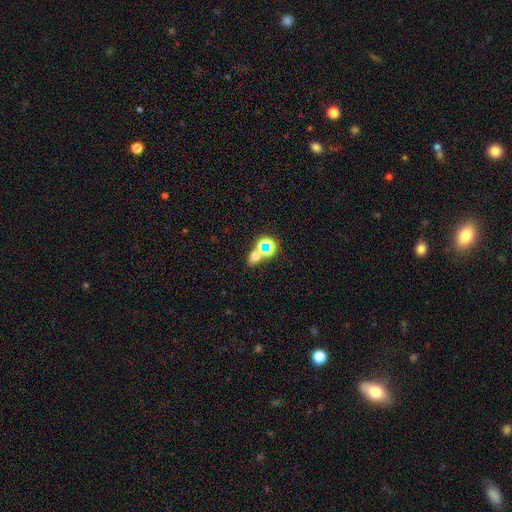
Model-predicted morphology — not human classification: smooth-or-featured: smooth: 54% | star or artifact: 33% | featured or disk: 13%
  how-rounded: in between: 53% | round: 45% | cigar-shaped: 2%
  merging: none: 54% | merger: 33% | minor disturbance: 8% | major disturbance: 5%